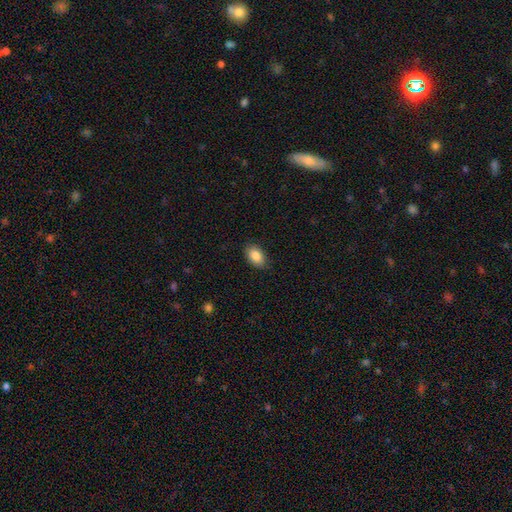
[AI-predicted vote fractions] Smooth or featured? smooth (87%)
How rounded? in between (91%)
Merging? none (86%)